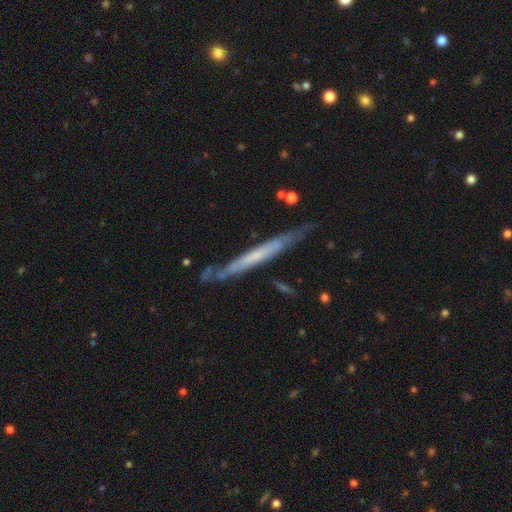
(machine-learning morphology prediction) Smooth or featured? Predicted: featured or disk (p=0.63). Edge-on disk? Predicted: yes (p=0.86). Edge-on bulge? Predicted: none (p=0.77). Merging? Predicted: none (p=0.73).